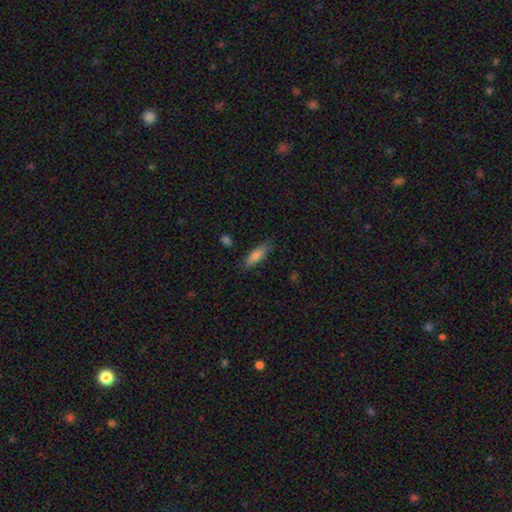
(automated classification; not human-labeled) Smooth or featured? smooth (82%)
How rounded? in between (51%)
Merging? none (78%)